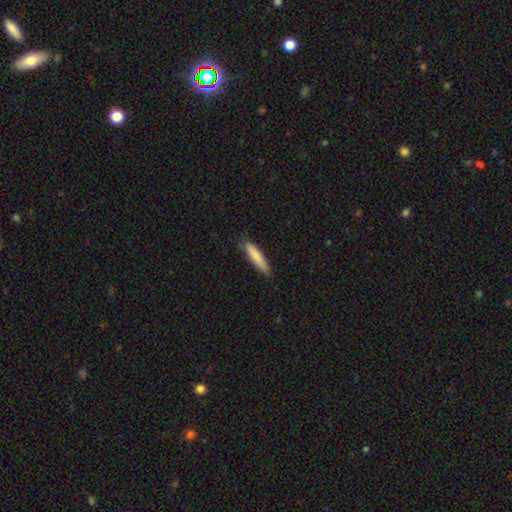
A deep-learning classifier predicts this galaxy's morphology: smooth-or-featured: smooth: 82% | featured or disk: 12% | star or artifact: 6%
  how-rounded: cigar-shaped: 86% | in between: 13% | round: 1%
  merging: none: 82% | minor disturbance: 14% | major disturbance: 2% | merger: 1%